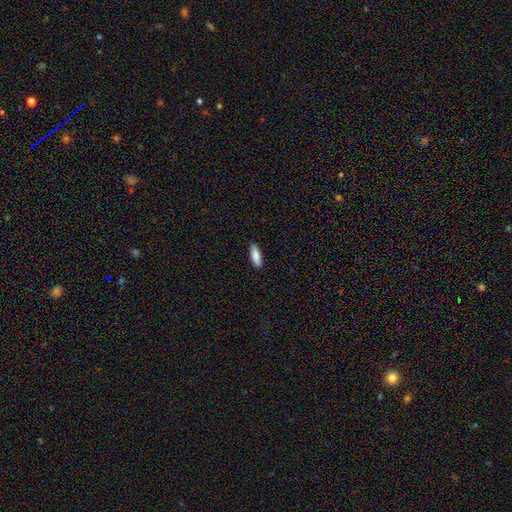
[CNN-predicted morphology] The model was most divided on "how rounded": in between: 52%, cigar-shaped: 46%, round: 2%. More confident: merging — none (87%); smooth or featured — smooth (87%).